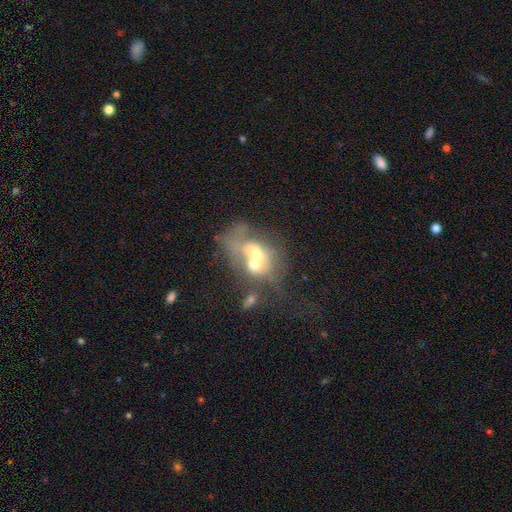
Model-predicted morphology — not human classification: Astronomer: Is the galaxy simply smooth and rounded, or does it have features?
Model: featured or disk — 47% (runner-up: smooth, 41%).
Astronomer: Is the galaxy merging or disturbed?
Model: merger — 69%.